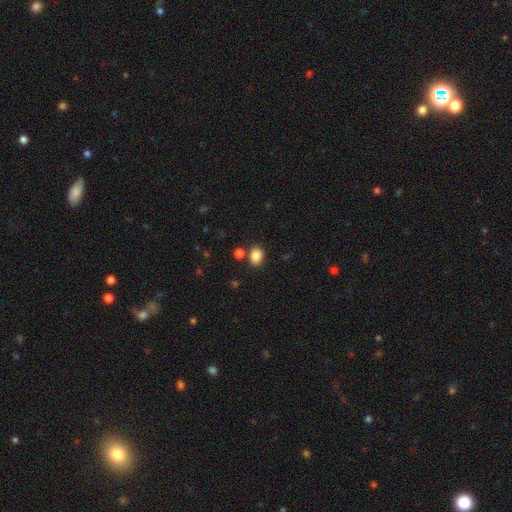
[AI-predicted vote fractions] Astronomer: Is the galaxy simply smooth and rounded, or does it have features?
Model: smooth — 86%.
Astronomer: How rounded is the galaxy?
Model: in between — 58% (runner-up: round, 41%).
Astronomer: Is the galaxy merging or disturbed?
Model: none — 75%.